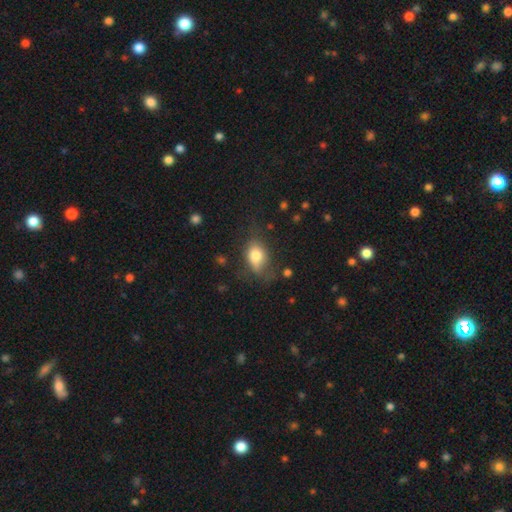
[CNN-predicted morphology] smooth_or_featured: smooth (p=0.75) [alt: featured or disk p=0.16]
how_rounded: in between (p=0.77) [alt: round p=0.21]
merging: none (p=0.52) [alt: minor disturbance p=0.29]